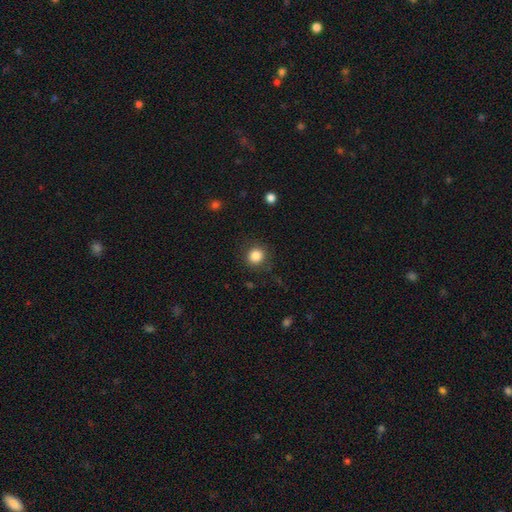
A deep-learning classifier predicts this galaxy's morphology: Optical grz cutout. It shows a smooth galaxy with no disk features (85%) that is round (89%). Merging: none (87%).